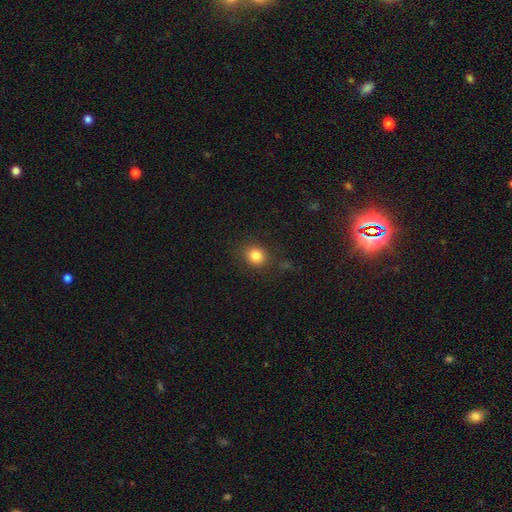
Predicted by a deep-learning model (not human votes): smooth 83%, star or artifact 11%, featured or disk 6%. Down the decision tree: how rounded — round (75%); merging — none (85%).